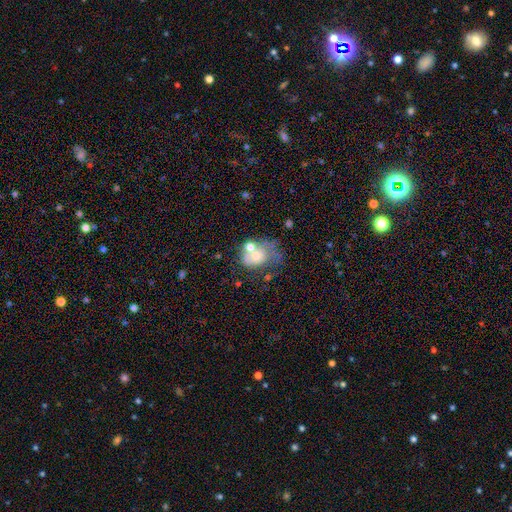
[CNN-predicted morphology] This appears to be a smooth galaxy with no disk features (50%) that is in between round and cigar-shaped (61%). Merging: merger (32%).